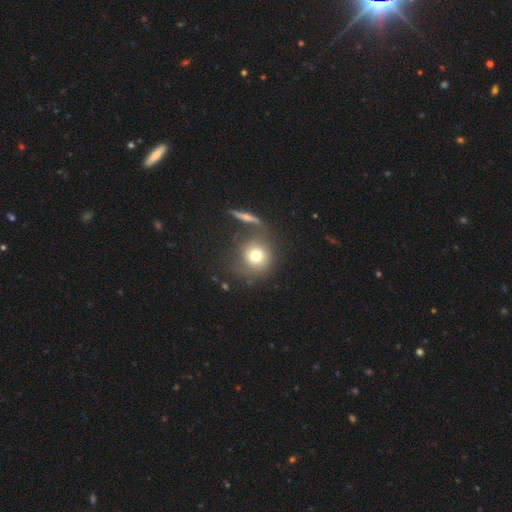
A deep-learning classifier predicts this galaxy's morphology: smooth 73%, featured or disk 15%, star or artifact 12%. Down the decision tree: how rounded — round (89%); merging — none (66%).